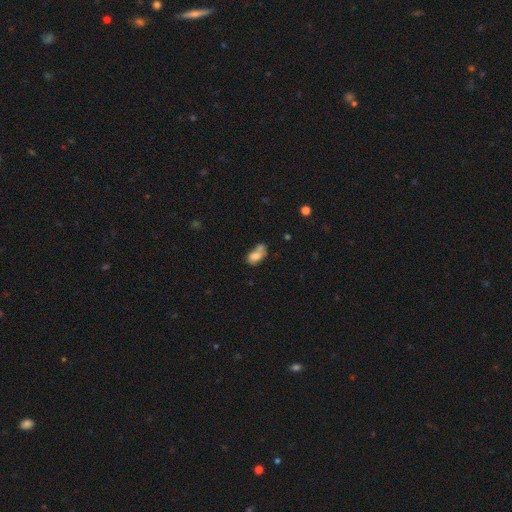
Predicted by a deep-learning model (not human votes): Smooth or featured?
  - smooth: 69% *
  - featured or disk: 21%
  - star or artifact: 10%
How rounded?
  - in between: 86% *
  - round: 11%
  - cigar-shaped: 3%
Merging?
  - merger: 34% *
  - none: 28%
  - minor disturbance: 24%
  - major disturbance: 14%